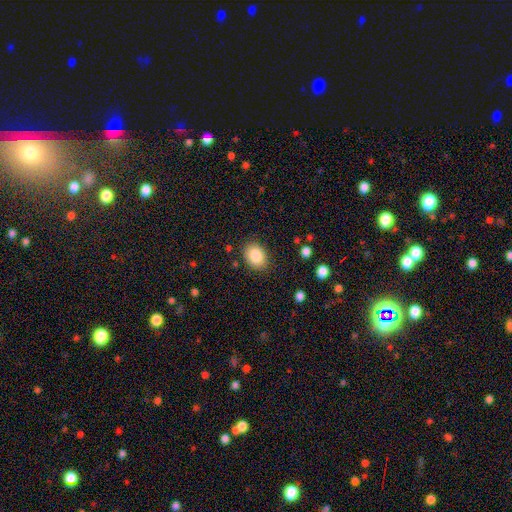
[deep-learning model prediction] A smooth galaxy with no disk features (86%) that is in between round and cigar-shaped (64%). Merging: none (86%).